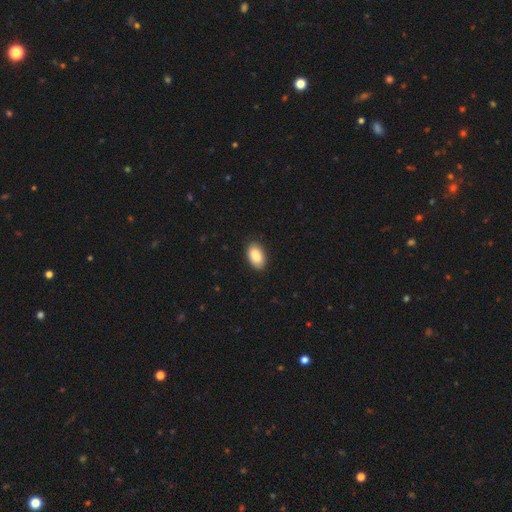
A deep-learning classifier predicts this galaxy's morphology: Smooth or featured? smooth (89%)
How rounded? in between (94%)
Merging? none (88%)